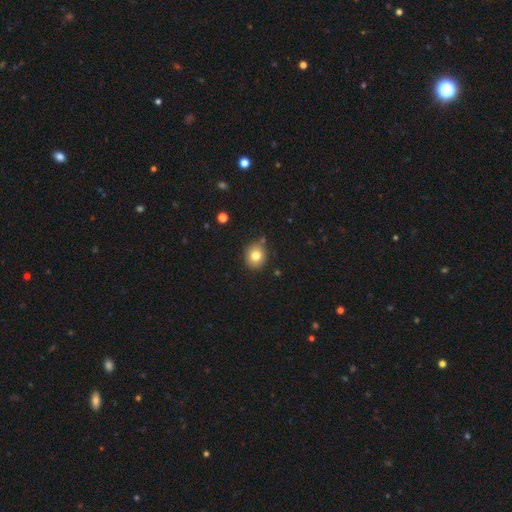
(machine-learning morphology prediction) smooth-or-featured: smooth: 79% | star or artifact: 11% | featured or disk: 10%
  how-rounded: round: 72% | in between: 27% | cigar-shaped: 1%
  merging: none: 81% | minor disturbance: 12% | merger: 4% | major disturbance: 3%